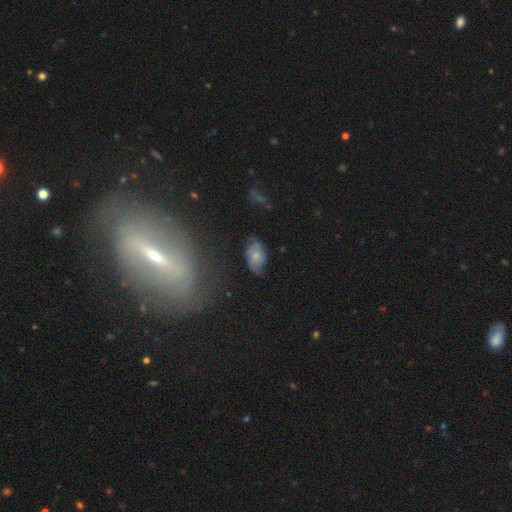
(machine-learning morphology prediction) featured or disk 52%, smooth 39%, star or artifact 9%. Down the decision tree: edge-on disk — no (95%); merging — none (59%).